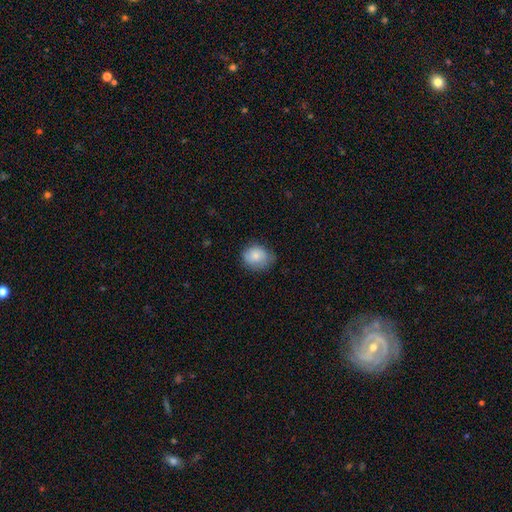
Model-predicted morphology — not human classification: Smooth or featured?
  - smooth: 81% *
  - featured or disk: 12%
  - star or artifact: 7%
How rounded?
  - round: 62% *
  - in between: 37%
  - cigar-shaped: 1%
Merging?
  - none: 63% *
  - minor disturbance: 29%
  - major disturbance: 7%
  - merger: 1%